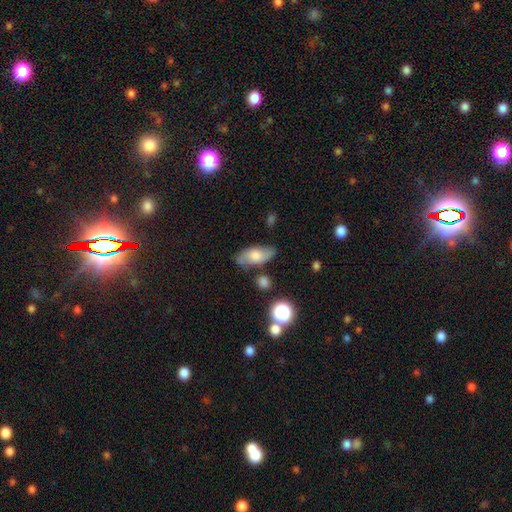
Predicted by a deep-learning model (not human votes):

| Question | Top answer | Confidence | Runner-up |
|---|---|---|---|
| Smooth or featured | smooth | 59% | featured or disk (33%) |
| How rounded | in between | 86% | cigar-shaped (9%) |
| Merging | none | 70% | minor disturbance (19%) |